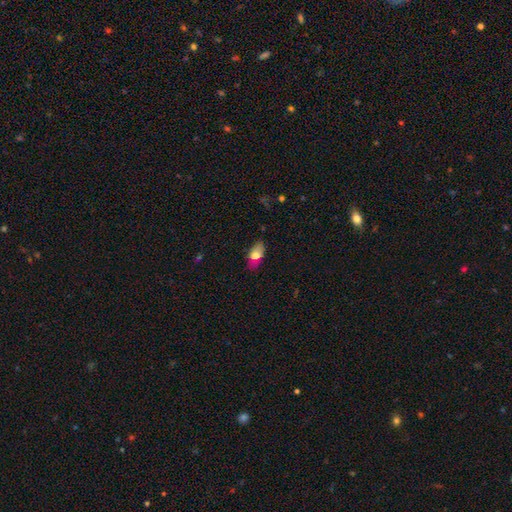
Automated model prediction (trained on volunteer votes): smooth_or_featured: smooth (p=0.71) [alt: featured or disk p=0.21]
how_rounded: in between (p=0.88) [alt: cigar-shaped p=0.08]
merging: none (p=0.74) [alt: minor disturbance p=0.20]